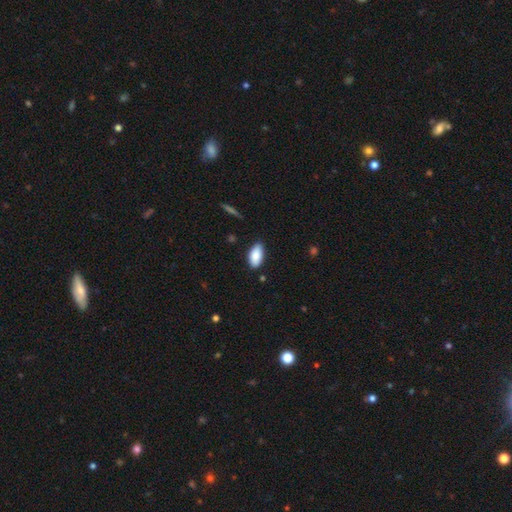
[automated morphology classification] Smooth or featured: smooth — 87% (star or artifact — 6%)
How rounded: in between — 93% (cigar-shaped — 5%)
Merging: none — 83% (minor disturbance — 14%)